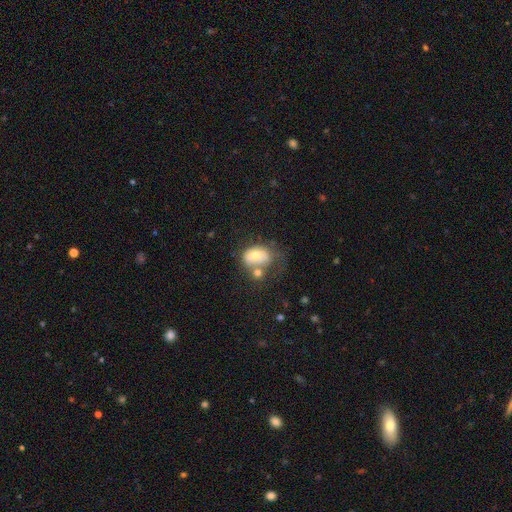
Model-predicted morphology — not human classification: Smooth or featured? smooth (63%)
How rounded? in between (69%)
Merging? merger (37%)